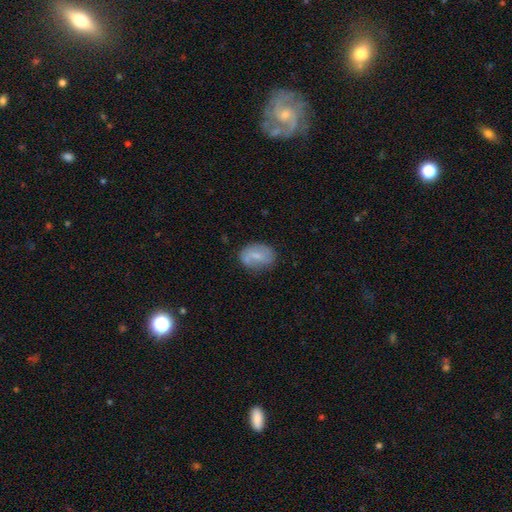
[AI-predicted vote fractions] This is likely a smooth galaxy (62%). How rounded: likely in between (74%). Merging: likely none (61%).